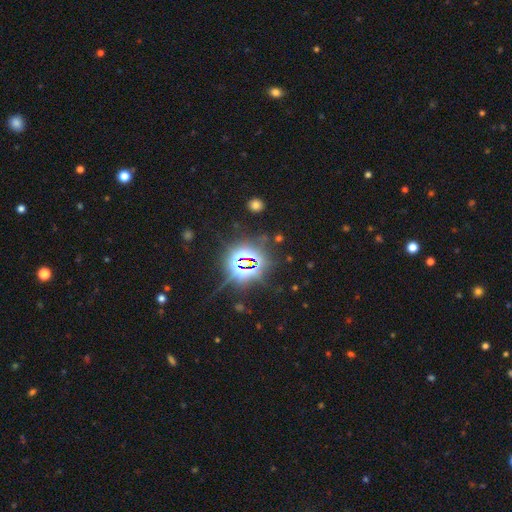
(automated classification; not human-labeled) A star or artifact, not a galaxy (83%).